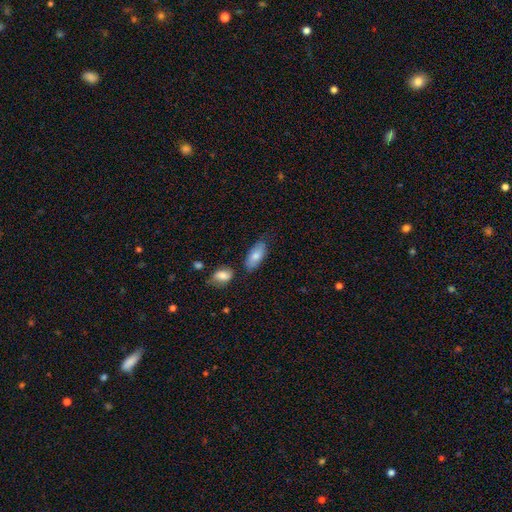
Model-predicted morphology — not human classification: Q: Smooth or featured?
A: smooth (76%); runner-up: featured or disk (18%)
Q: How rounded?
A: in between (89%); runner-up: cigar-shaped (9%)
Q: Merging?
A: none (72%); runner-up: minor disturbance (17%)